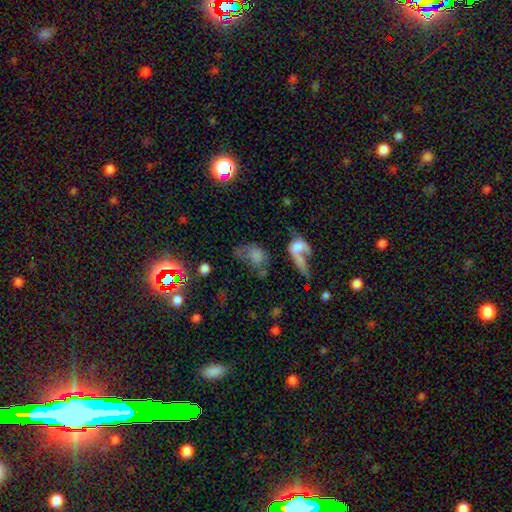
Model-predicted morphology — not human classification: Smooth or featured? Predicted: smooth (p=0.60). How rounded? Predicted: in between (p=0.68). Merging? Predicted: merger (p=0.39).